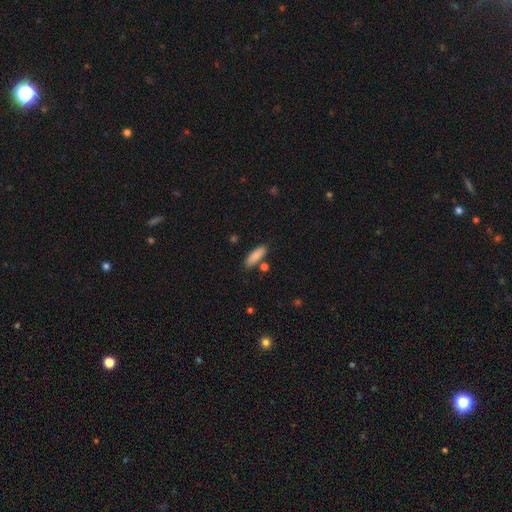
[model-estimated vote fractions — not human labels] Overall: smooth (87%). How rounded: in between (51%; cigar-shaped 47%). Merging: none (80%).